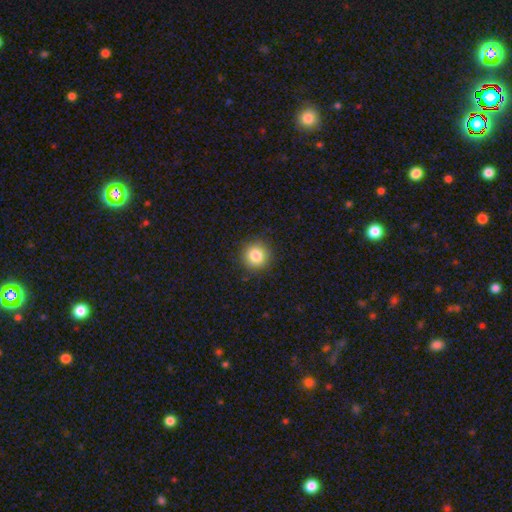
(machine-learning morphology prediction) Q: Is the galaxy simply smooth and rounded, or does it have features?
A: smooth — 83%.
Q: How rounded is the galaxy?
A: round — 94%.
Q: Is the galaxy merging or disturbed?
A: none — 90%.